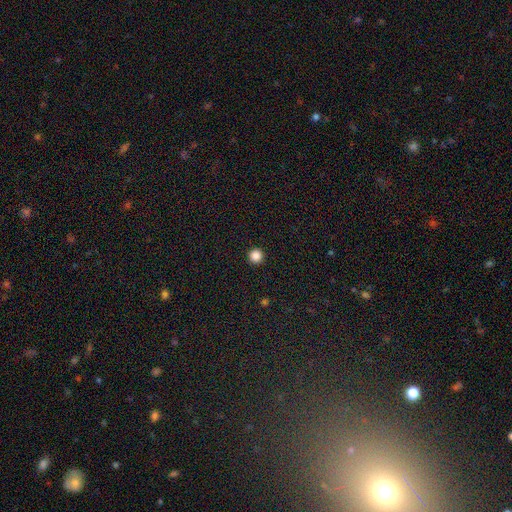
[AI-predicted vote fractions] smooth 86%, star or artifact 11%, featured or disk 3%. Down the decision tree: how rounded — round (97%); merging — none (94%).